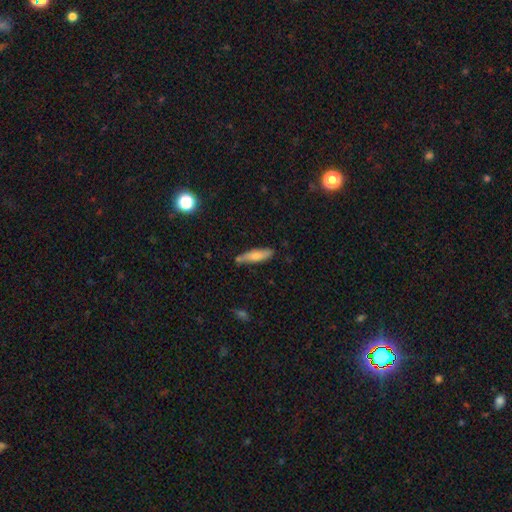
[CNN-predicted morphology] type=smooth (72%); roundness=cigar-shaped (73%); merging=none (73%).